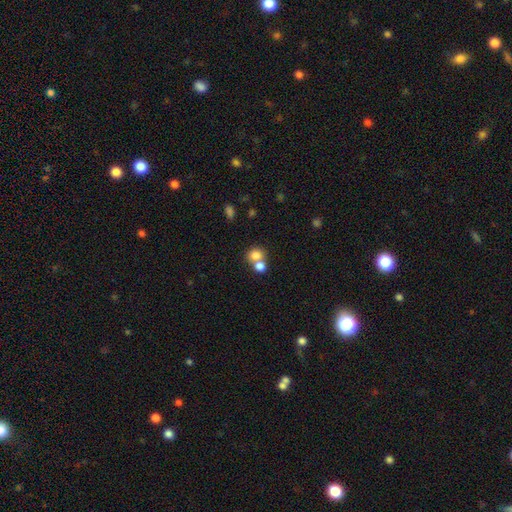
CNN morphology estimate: Smooth or featured? Predicted: smooth (p=0.79). How rounded? Predicted: round (p=0.74). Merging? Predicted: merger (p=0.54).